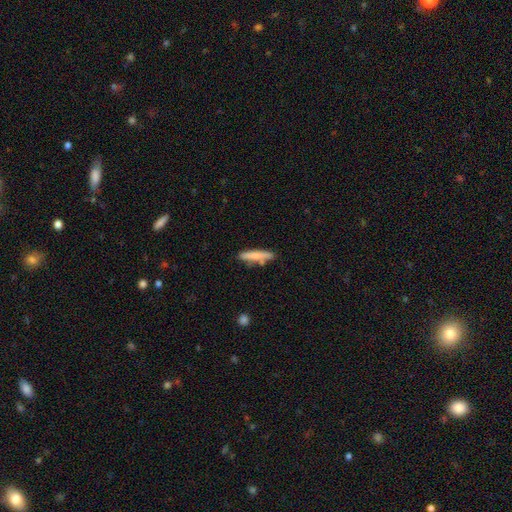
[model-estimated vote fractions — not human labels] smooth-or-featured: smooth: 76% | featured or disk: 18% | star or artifact: 6%
  how-rounded: cigar-shaped: 86% | in between: 12% | round: 2%
  merging: none: 75% | minor disturbance: 14% | merger: 8% | major disturbance: 3%